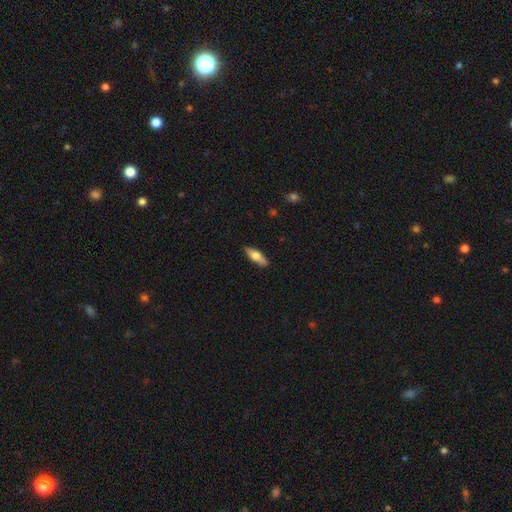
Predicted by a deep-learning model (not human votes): This is possibly a smooth galaxy (57%). How rounded: possibly in between (58%). Merging: clearly none (86%).